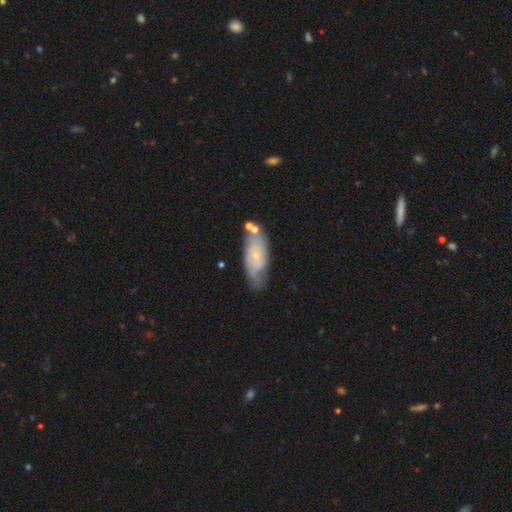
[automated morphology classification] A featured or disk galaxy (49%). Merging: none (57%).